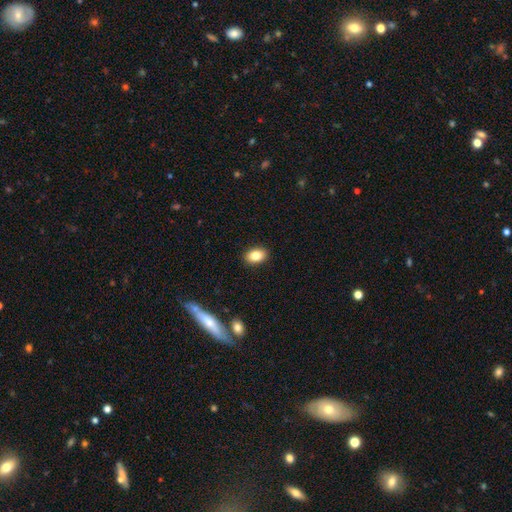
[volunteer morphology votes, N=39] Q: Smooth or featured?
A: smooth (92%); runner-up: star or artifact (5%)
Q: How rounded?
A: in between (86%); runner-up: round (11%)
Q: Merging?
A: none (86%); runner-up: minor disturbance (5%)